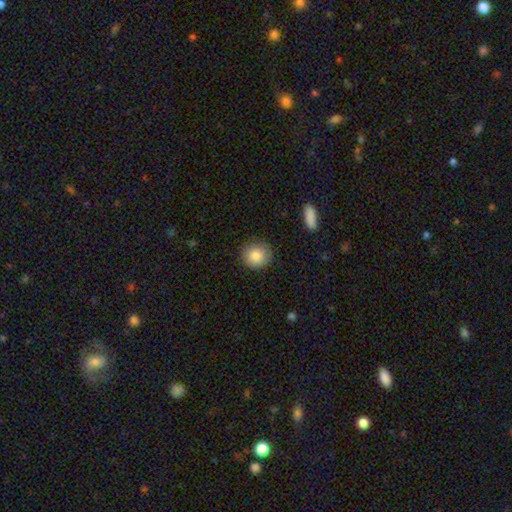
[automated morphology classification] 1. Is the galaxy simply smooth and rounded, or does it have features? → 85% smooth, 8% star or artifact, 7% featured or disk.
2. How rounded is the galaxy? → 88% round, 11% in between, 1% cigar-shaped.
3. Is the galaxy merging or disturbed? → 87% none, 10% minor disturbance, 2% major disturbance, 1% merger.